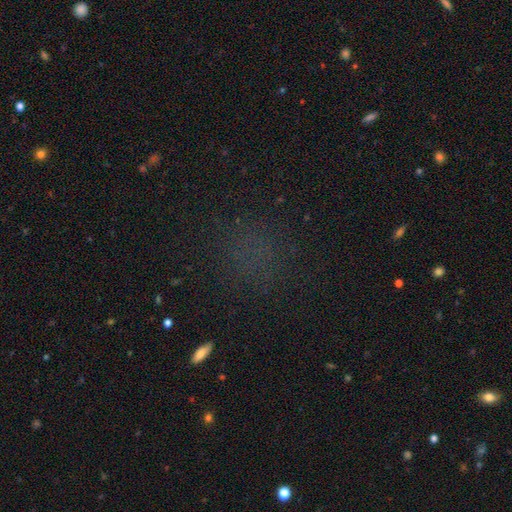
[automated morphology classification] The model was most divided on "smooth or featured": smooth: 46%, star or artifact: 45%, featured or disk: 9%. More confident: merging — none (79%).